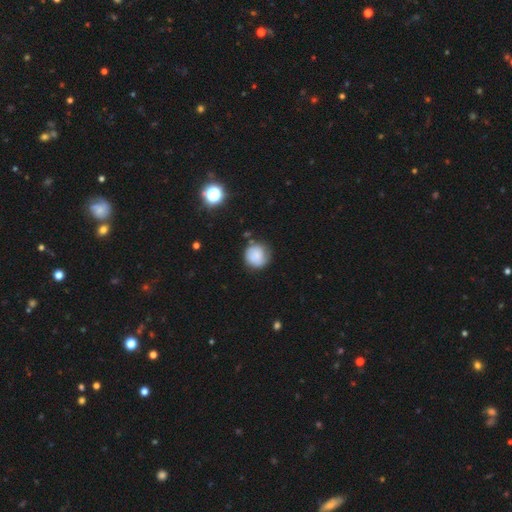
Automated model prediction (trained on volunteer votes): This is likely a smooth galaxy (71%). How rounded: clearly round (89%). Merging: likely none (67%).